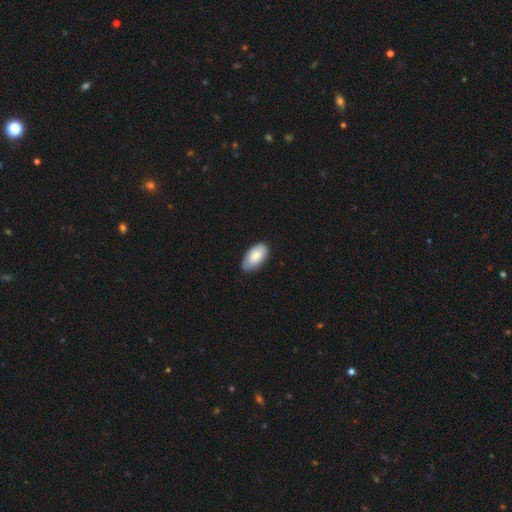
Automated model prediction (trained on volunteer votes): Q: Smooth or featured?
A: smooth (84%); runner-up: featured or disk (10%)
Q: How rounded?
A: in between (96%); runner-up: cigar-shaped (2%)
Q: Merging?
A: none (80%); runner-up: minor disturbance (16%)